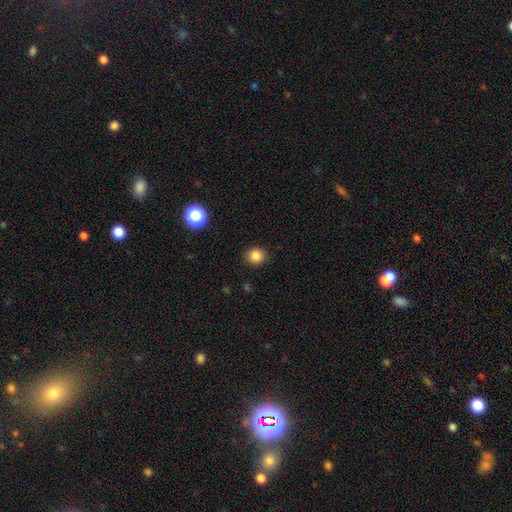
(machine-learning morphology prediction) smooth_or_featured: smooth (p=0.85) [alt: star or artifact p=0.11]
how_rounded: round (p=0.84) [alt: in between p=0.15]
merging: none (p=0.90) [alt: minor disturbance p=0.07]